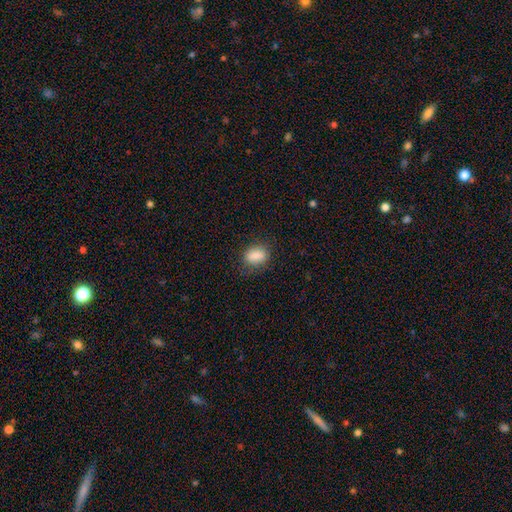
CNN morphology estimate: Smooth or featured?
  - smooth: 85% *
  - star or artifact: 8%
  - featured or disk: 6%
How rounded?
  - in between: 77% *
  - round: 21%
  - cigar-shaped: 2%
Merging?
  - none: 76% *
  - minor disturbance: 18%
  - major disturbance: 5%
  - merger: 1%